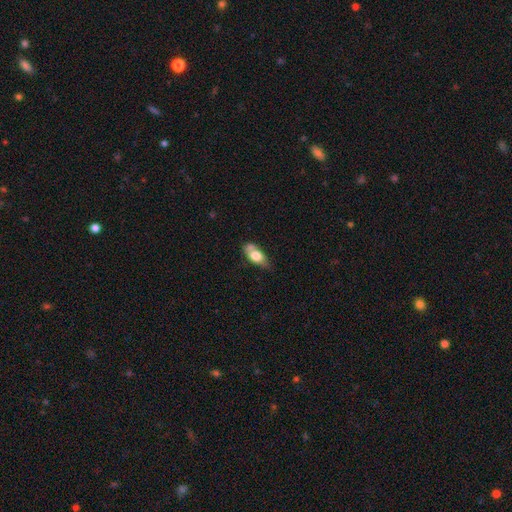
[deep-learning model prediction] This appears to be a smooth galaxy with no disk features (68%) that is in between round and cigar-shaped (83%). Merging: none (42%).